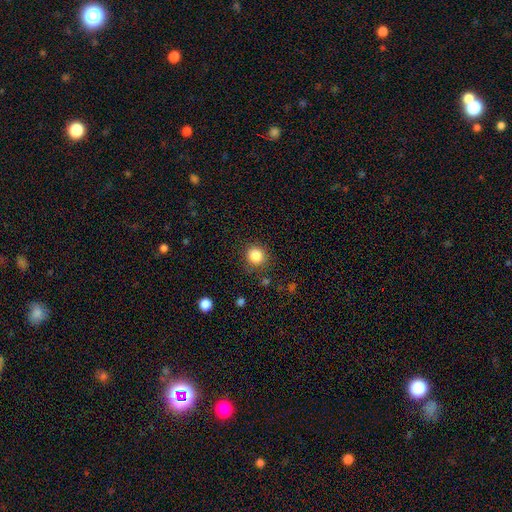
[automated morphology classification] smooth-or-featured: smooth: 86% | star or artifact: 10% | featured or disk: 4%
  how-rounded: round: 89% | in between: 10% | cigar-shaped: 1%
  merging: none: 86% | minor disturbance: 9% | major disturbance: 3% | merger: 2%